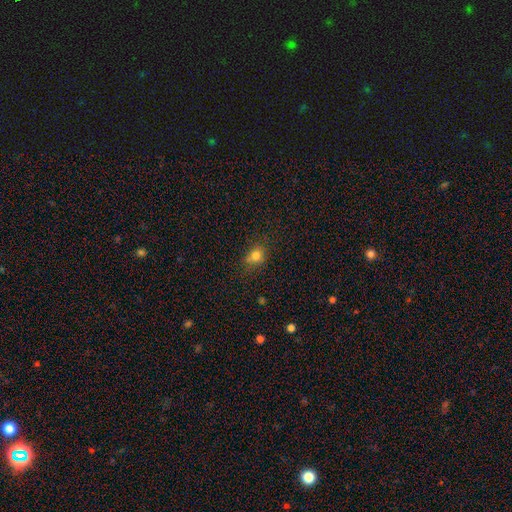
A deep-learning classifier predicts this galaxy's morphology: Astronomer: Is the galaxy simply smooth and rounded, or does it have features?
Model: smooth — 77%.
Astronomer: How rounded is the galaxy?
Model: round — 63%.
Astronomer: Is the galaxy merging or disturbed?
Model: none — 65%.